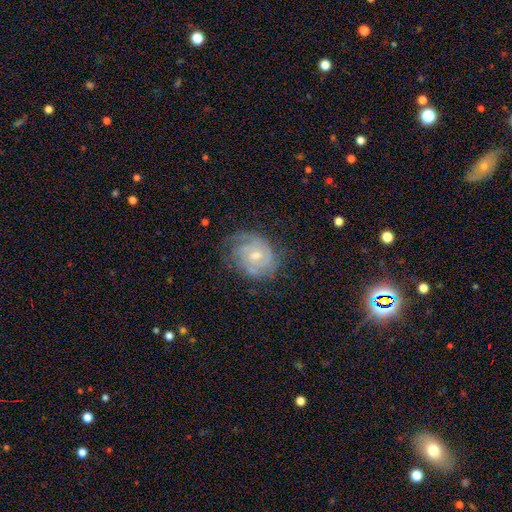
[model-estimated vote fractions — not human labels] This appears to be a featured or disk galaxy (81%) with no bar (52%), 2 (34%) tight (63%) spiral arms (93%) and a small central bulge (49%). Merging: none (63%).